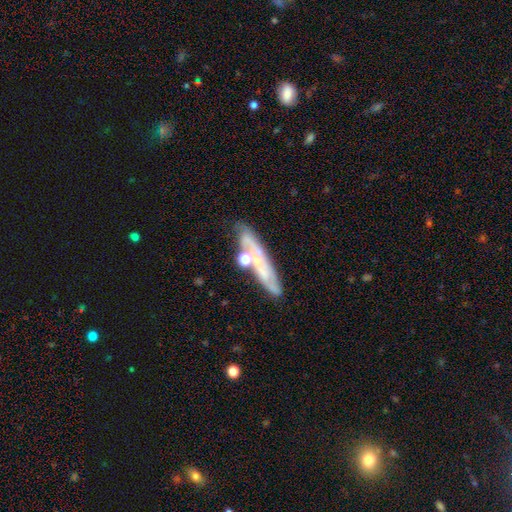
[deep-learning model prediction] Smooth or featured? Predicted: featured or disk (p=0.56). Edge-on disk? Predicted: yes (p=0.58). Merging? Predicted: none (p=0.68).